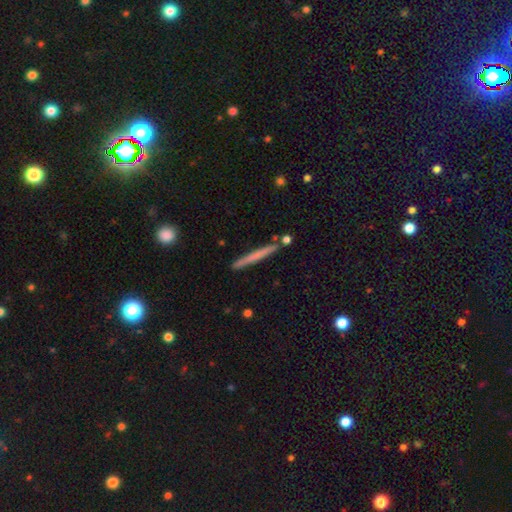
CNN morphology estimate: This is possibly a smooth galaxy (58%). How rounded: clearly cigar-shaped (97%). Merging: clearly none (86%).